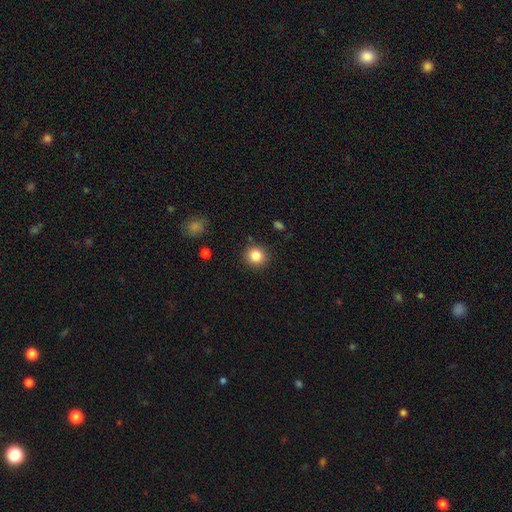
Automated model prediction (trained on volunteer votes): Morphology: type=smooth (84%); roundness=round (90%); merging=none (89%).